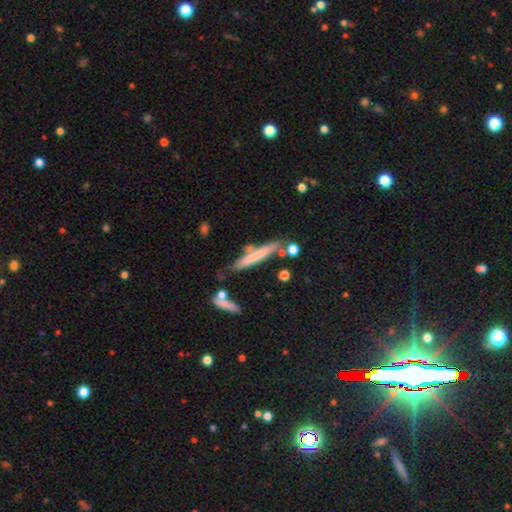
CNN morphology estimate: smooth-or-featured: smooth: 58% | featured or disk: 34% | star or artifact: 8%
  how-rounded: cigar-shaped: 93% | in between: 5% | round: 2%
  merging: none: 69% | minor disturbance: 16% | merger: 11% | major disturbance: 4%